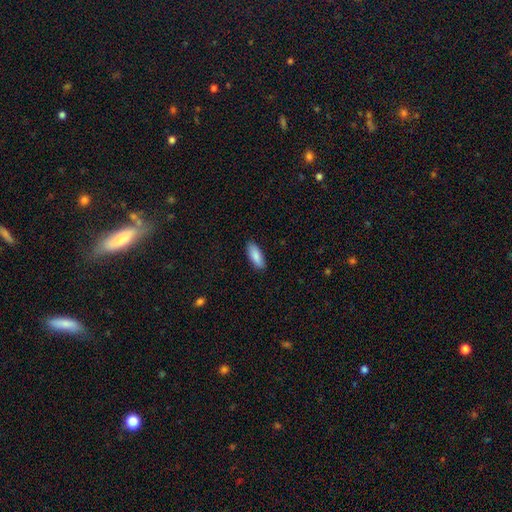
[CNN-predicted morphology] smooth_or_featured: smooth (p=0.87) [alt: featured or disk p=0.08]
how_rounded: in between (p=0.71) [alt: cigar-shaped p=0.27]
merging: none (p=0.88) [alt: minor disturbance p=0.09]